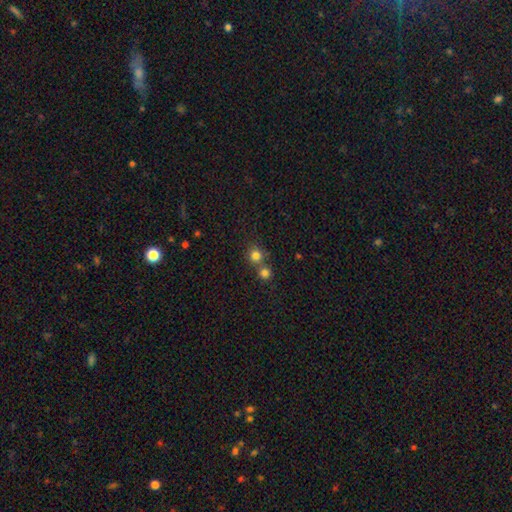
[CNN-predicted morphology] The model was most divided on "merging": none: 59%, merger: 32%, minor disturbance: 7%, major disturbance: 2%. More confident: how rounded — round (90%); smooth or featured — smooth (79%).